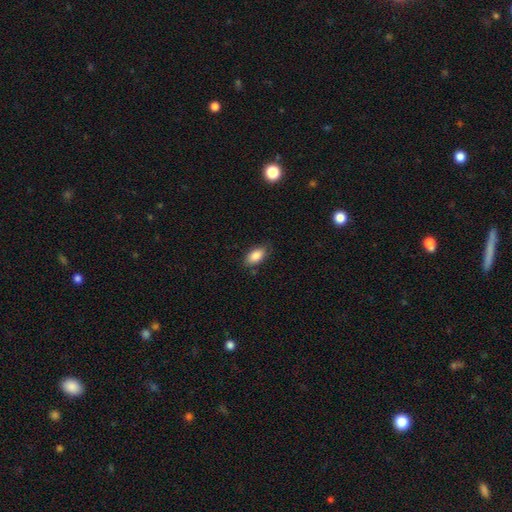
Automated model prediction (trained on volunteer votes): The model was most divided on "merging": none: 80%, minor disturbance: 16%, major disturbance: 3%, merger: 2%. More confident: how rounded — in between (93%); smooth or featured — smooth (86%).